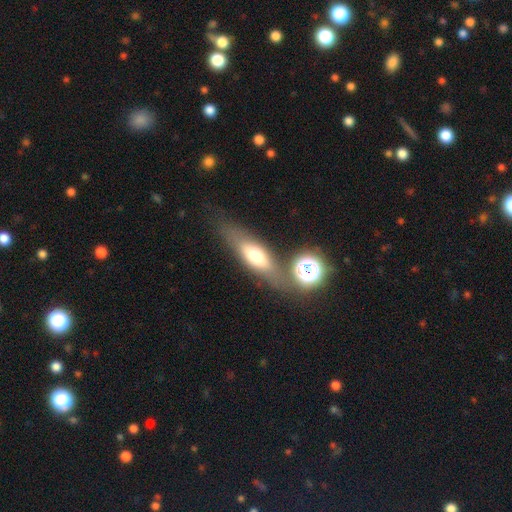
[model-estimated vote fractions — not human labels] The model was most divided on "how rounded": in between: 50%, cigar-shaped: 42%, round: 7%. More confident: merging — none (65%); smooth or featured — smooth (56%).